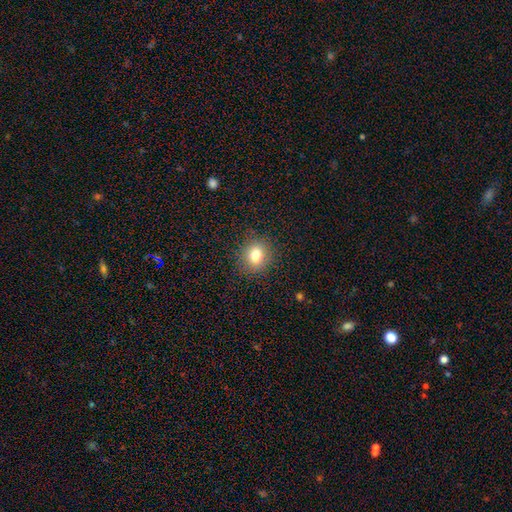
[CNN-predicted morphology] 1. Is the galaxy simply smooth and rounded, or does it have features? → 79% smooth, 12% star or artifact, 9% featured or disk.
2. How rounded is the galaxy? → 75% round, 24% in between, 1% cigar-shaped.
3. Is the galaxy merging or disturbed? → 88% none, 8% minor disturbance, 3% major disturbance, 1% merger.